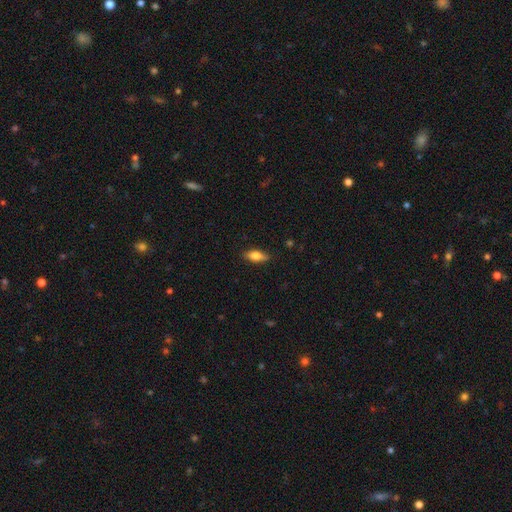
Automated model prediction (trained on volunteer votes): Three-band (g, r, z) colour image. It shows a smooth galaxy with no disk features (73%) that is in between round and cigar-shaped (77%). Merging: none (85%).